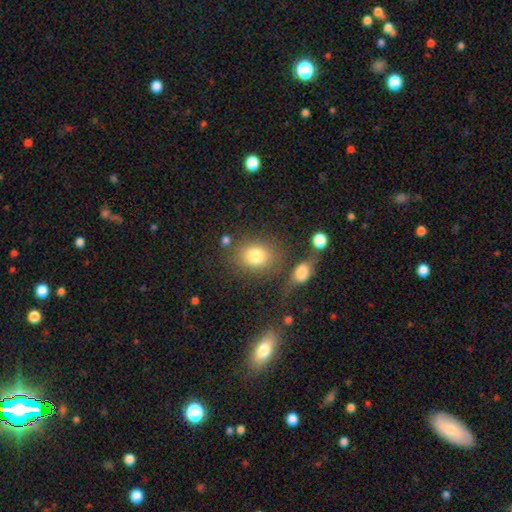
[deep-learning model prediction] This appears to be a smooth galaxy with no disk features (79%) that is round (55%). Merging: none (68%).